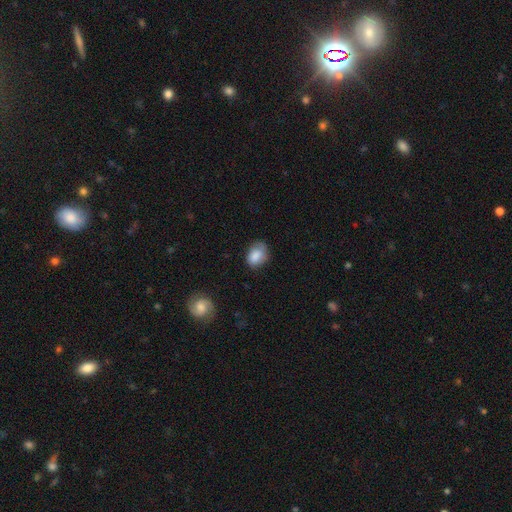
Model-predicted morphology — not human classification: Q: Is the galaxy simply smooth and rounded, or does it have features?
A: smooth — 83%.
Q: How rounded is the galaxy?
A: in between — 73%.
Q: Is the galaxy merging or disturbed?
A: none — 63%.